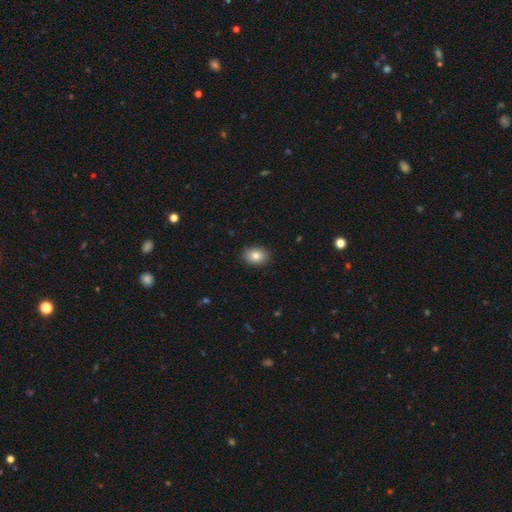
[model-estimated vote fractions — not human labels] Overall: smooth (84%). How rounded: in between (70%). Merging: none (90%).